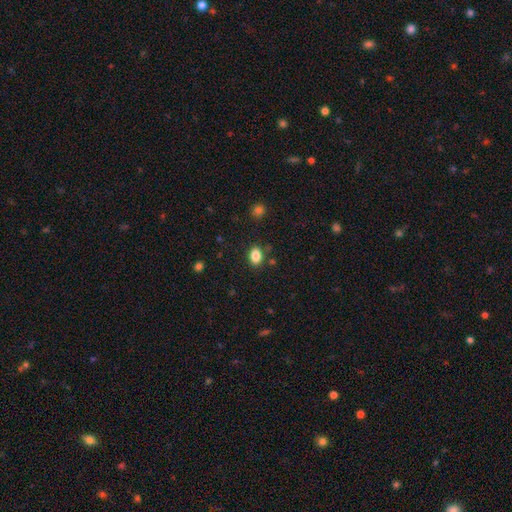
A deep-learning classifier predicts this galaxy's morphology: Smooth or featured? Predicted: smooth (p=0.85). How rounded? Predicted: in between (p=0.80). Merging? Predicted: none (p=0.83).